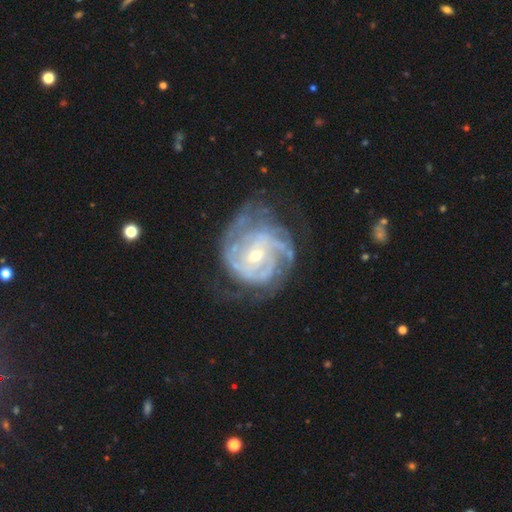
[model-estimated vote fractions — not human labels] Smooth or featured? featured or disk (88%)
Edge-on disk? no (98%)
Bar? no (52%)
Spiral arms? yes (95%)
Spiral winding? tight (64%)
Spiral arm count? can't tell (32%)
Bulge size? small (59%)
Merging? none (58%)